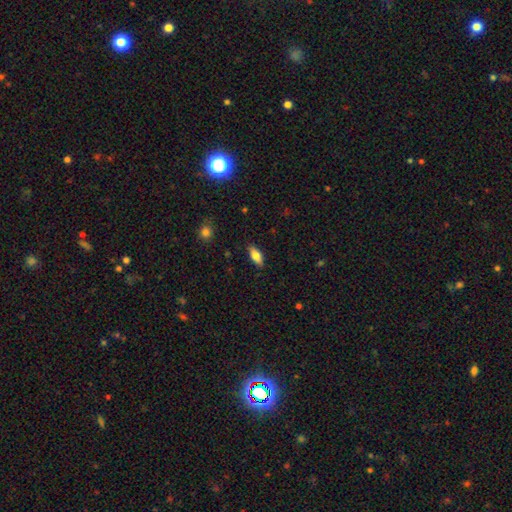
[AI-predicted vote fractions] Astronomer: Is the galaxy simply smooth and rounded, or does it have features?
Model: smooth — 75%.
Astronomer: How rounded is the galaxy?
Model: in between — 79%.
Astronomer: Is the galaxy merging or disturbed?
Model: none — 87%.